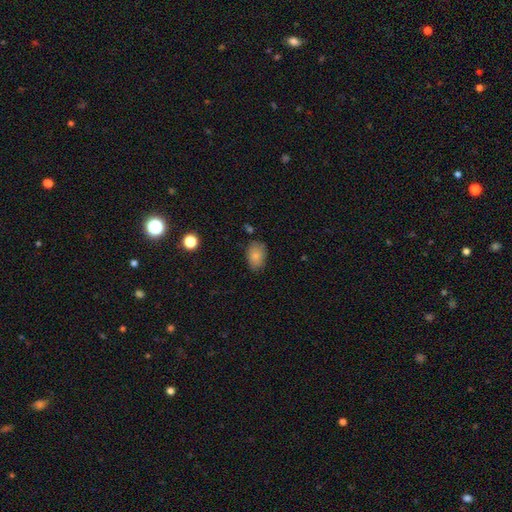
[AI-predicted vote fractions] smooth 81%, featured or disk 10%, star or artifact 9%. Down the decision tree: how rounded — in between (82%); merging — none (76%).